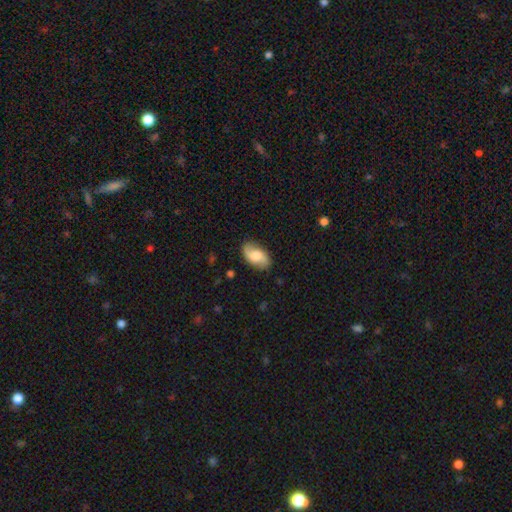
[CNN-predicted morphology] This appears to be a featured or disk galaxy (53%) with no bar (56%), spiral arms (90%) and a moderate central bulge (44%). Merging: none (83%).